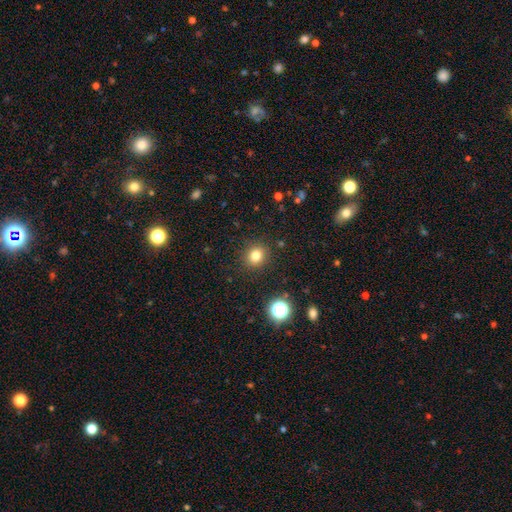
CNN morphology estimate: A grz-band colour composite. It shows a smooth galaxy with no disk features (79%) that is round (80%). Merging: none (89%).